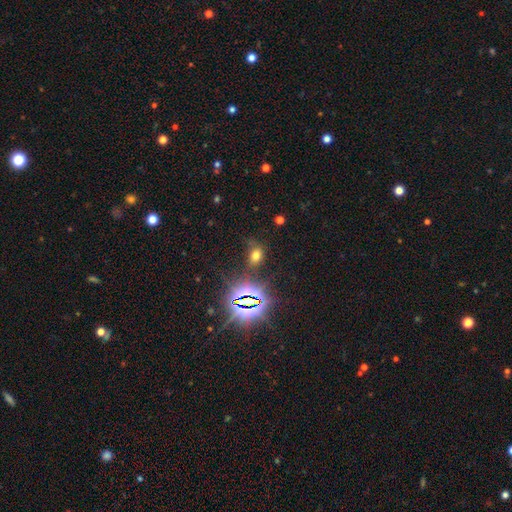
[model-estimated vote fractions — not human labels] A smooth galaxy with no disk features (54%) that is in between round and cigar-shaped (68%). Merging: none (67%).